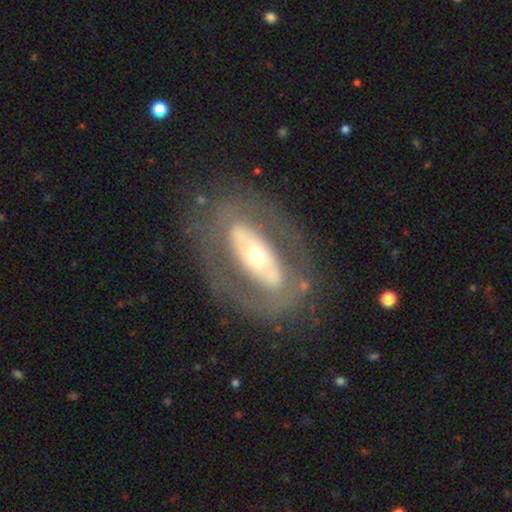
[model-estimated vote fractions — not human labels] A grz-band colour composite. It shows a featured or disk galaxy (71%) with no bar (56%), no spiral arms (73%) and a moderate central bulge (55%). Merging: none (74%).